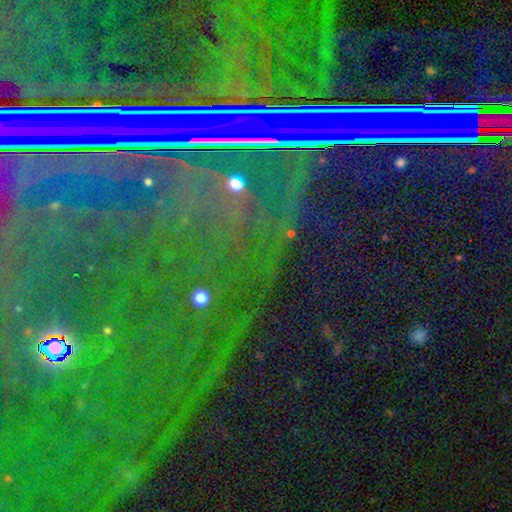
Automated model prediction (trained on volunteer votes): This appears to be a star or artifact, not a galaxy (86%).